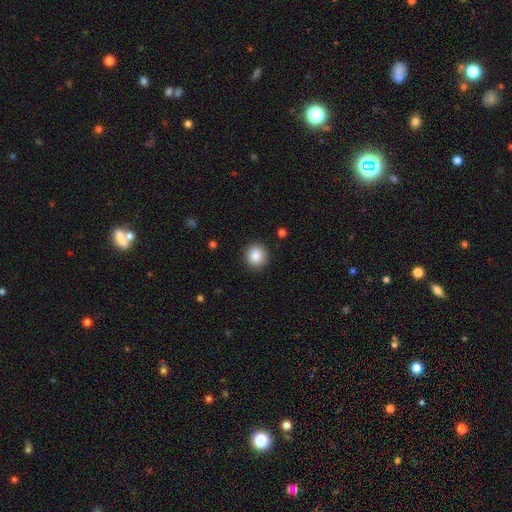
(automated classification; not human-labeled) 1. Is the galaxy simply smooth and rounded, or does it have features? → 87% smooth, 9% star or artifact, 4% featured or disk.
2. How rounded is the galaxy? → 92% round, 7% in between, 1% cigar-shaped.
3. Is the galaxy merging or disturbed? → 91% none, 6% minor disturbance, 2% major disturbance, 1% merger.